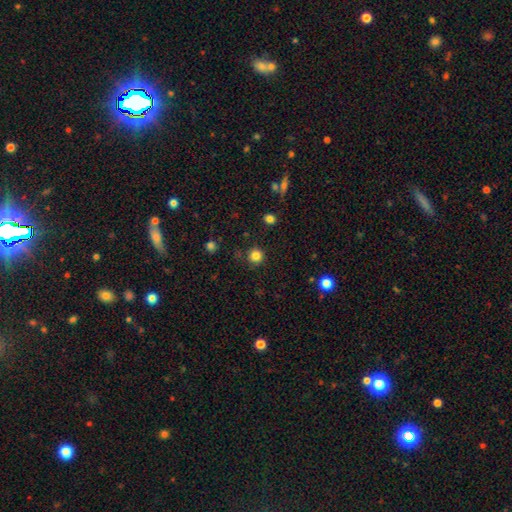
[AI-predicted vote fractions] A smooth galaxy with no disk features (83%) that is round (94%). Merging: none (87%).